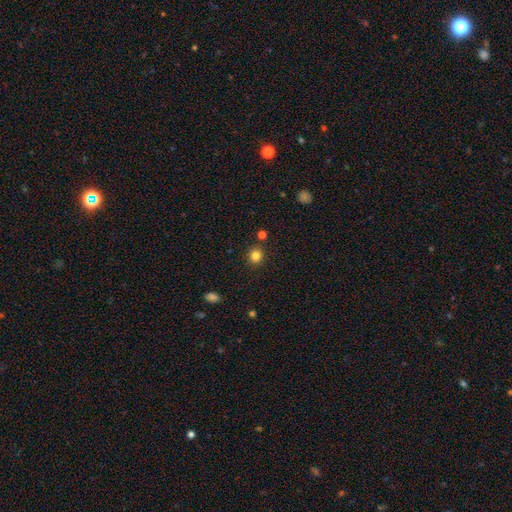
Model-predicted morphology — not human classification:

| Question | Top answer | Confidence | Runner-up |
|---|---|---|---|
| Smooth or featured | smooth | 81% | star or artifact (13%) |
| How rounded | round | 88% | in between (11%) |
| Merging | none | 88% | minor disturbance (7%) |